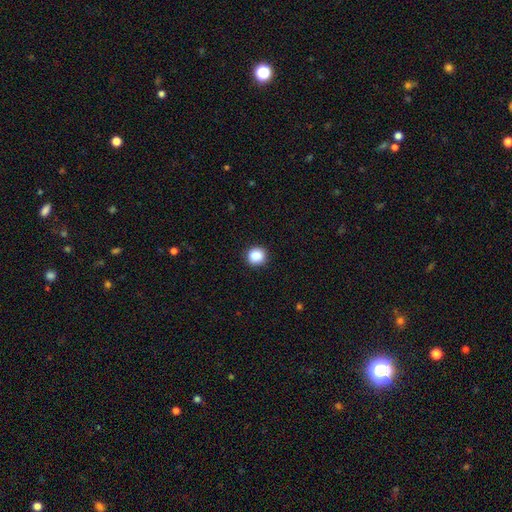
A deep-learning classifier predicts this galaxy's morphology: Smooth or featured? Predicted: smooth (p=0.87). How rounded? Predicted: round (p=0.89). Merging? Predicted: none (p=0.90).